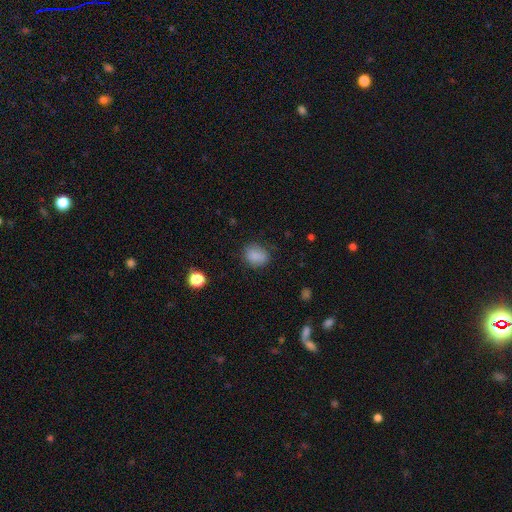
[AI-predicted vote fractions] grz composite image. It shows a smooth galaxy with no disk features (84%) that is in between round and cigar-shaped (55%). Merging: none (77%).